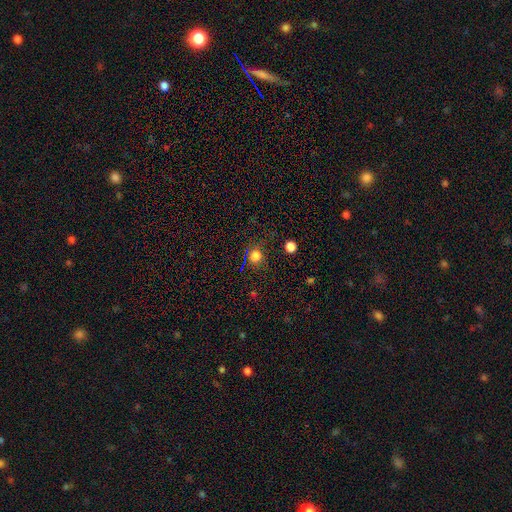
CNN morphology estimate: A smooth galaxy with no disk features (78%) that is round (89%).

Vote fractions:
- Smooth or featured? smooth: 78% / star or artifact: 17% / featured or disk: 5%
- How rounded? round: 89% / in between: 10% / cigar-shaped: 1%
- Merging? none: 81% / minor disturbance: 12% / major disturbance: 5% / merger: 2%